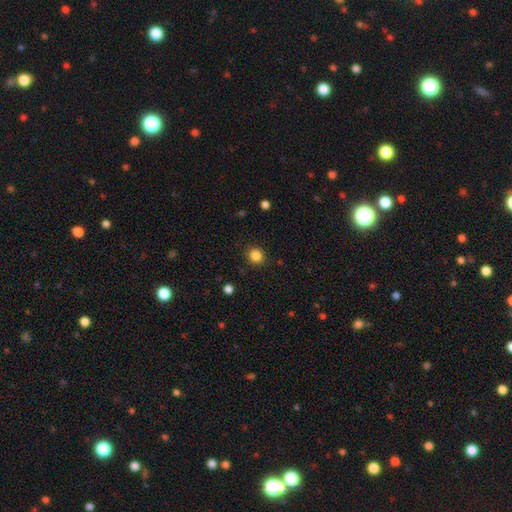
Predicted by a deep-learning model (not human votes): Smooth or featured?
  - smooth: 85% *
  - star or artifact: 11%
  - featured or disk: 4%
How rounded?
  - round: 81% *
  - in between: 18%
  - cigar-shaped: 1%
Merging?
  - none: 88% *
  - minor disturbance: 8%
  - major disturbance: 2%
  - merger: 1%